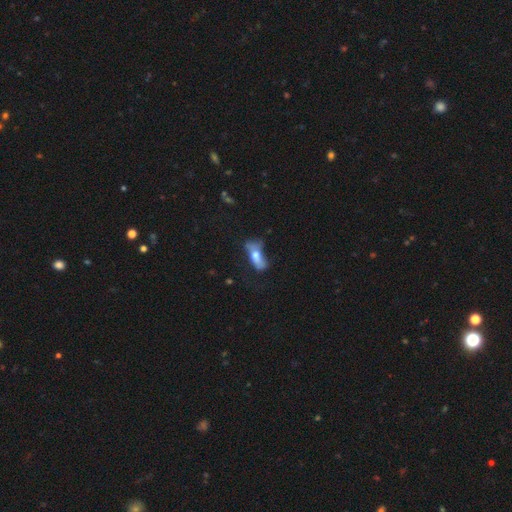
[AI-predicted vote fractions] Smooth or featured? smooth (57%)
How rounded? in between (72%)
Merging? major disturbance (37%)